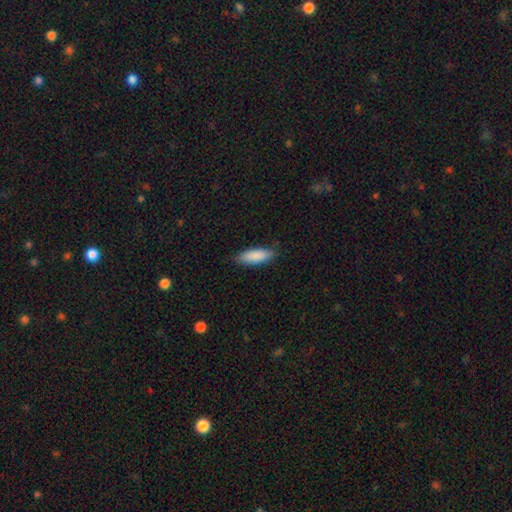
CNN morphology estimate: This is clearly a smooth galaxy (88%). How rounded: likely in between (63%). Merging: clearly none (83%).